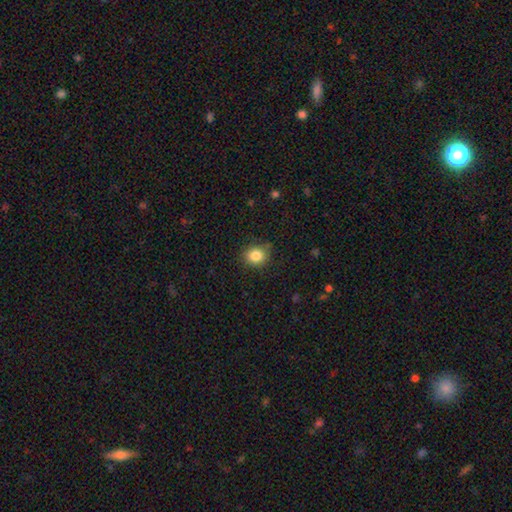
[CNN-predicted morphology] smooth 83%, star or artifact 11%, featured or disk 6%. Down the decision tree: how rounded — round (77%); merging — none (84%).